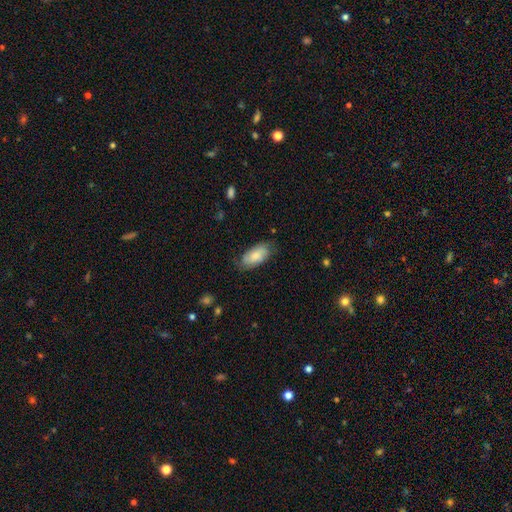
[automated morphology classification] smooth 76%, featured or disk 18%, star or artifact 6%. Down the decision tree: how rounded — in between (91%); merging — none (74%).